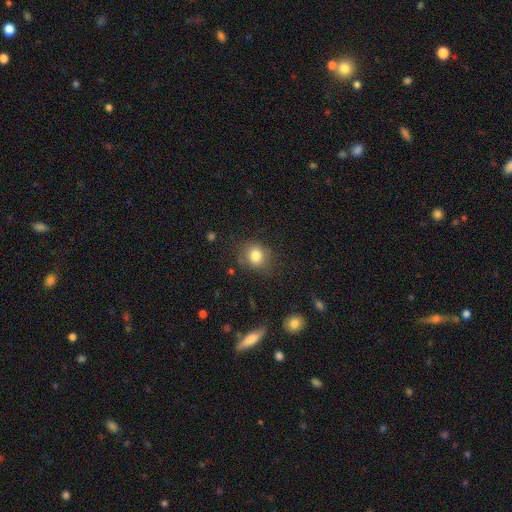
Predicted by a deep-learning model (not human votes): Smooth or featured? smooth (81%)
How rounded? round (69%)
Merging? none (75%)